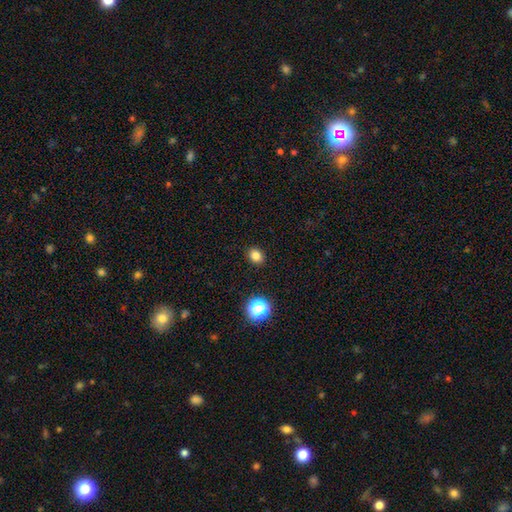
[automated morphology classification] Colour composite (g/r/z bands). It shows a smooth galaxy with no disk features (81%) that is round (51%). Merging: none (90%).